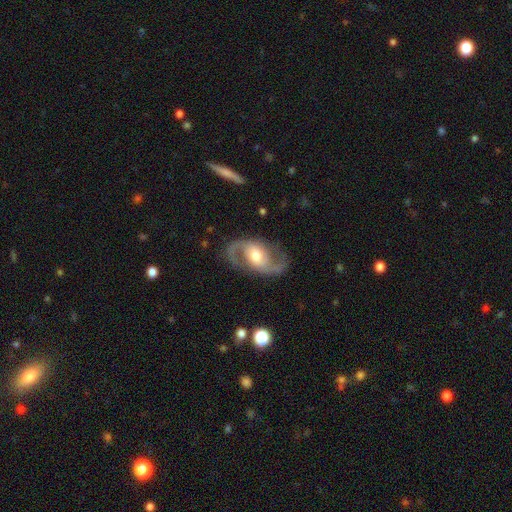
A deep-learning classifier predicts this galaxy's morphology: featured or disk 89%, smooth 6%, star or artifact 4%. Down the decision tree: edge-on disk — no (97%); bar — no (42%); spiral arms — yes (96%); spiral arm count — 2 (93%); spiral winding — medium (51%); bulge size — moderate (66%); merging — none (81%).